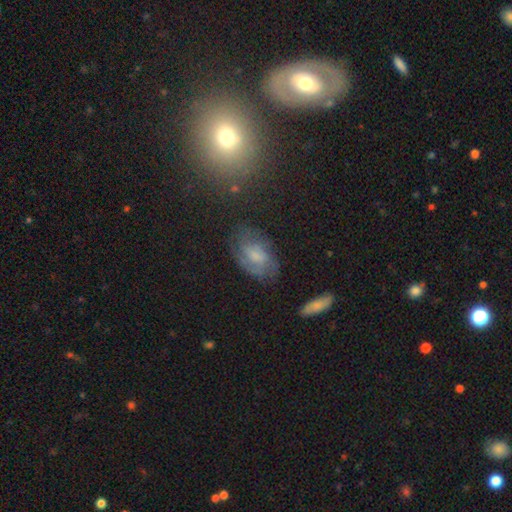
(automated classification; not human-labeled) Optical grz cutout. It shows a featured or disk galaxy (50%). Merging: none (62%).